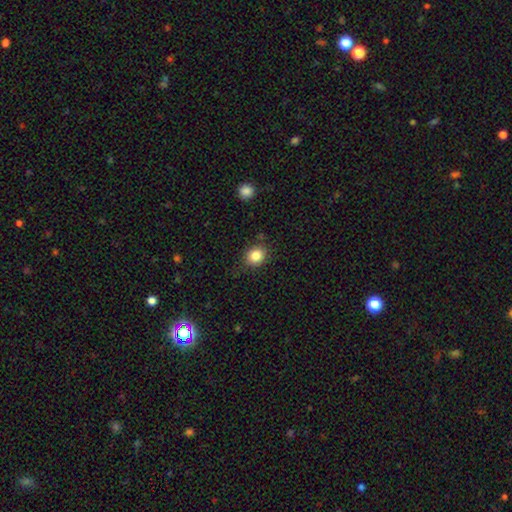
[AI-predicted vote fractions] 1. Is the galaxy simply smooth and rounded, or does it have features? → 83% smooth, 10% star or artifact, 6% featured or disk.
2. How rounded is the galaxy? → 69% round, 30% in between, 1% cigar-shaped.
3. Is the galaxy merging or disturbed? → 80% none, 14% minor disturbance, 4% major disturbance, 2% merger.